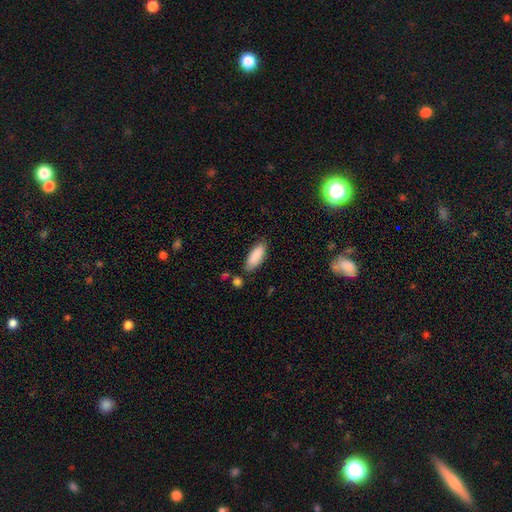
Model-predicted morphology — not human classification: smooth-or-featured: smooth: 89% | star or artifact: 6% | featured or disk: 5%
  how-rounded: in between: 72% | cigar-shaped: 26% | round: 2%
  merging: none: 78% | minor disturbance: 14% | merger: 4% | major disturbance: 3%